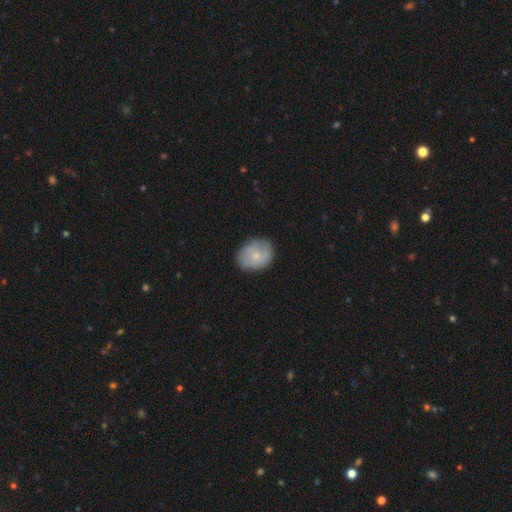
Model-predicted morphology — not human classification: smooth 60%, featured or disk 34%, star or artifact 6%. Down the decision tree: how rounded — round (53%); merging — none (72%).